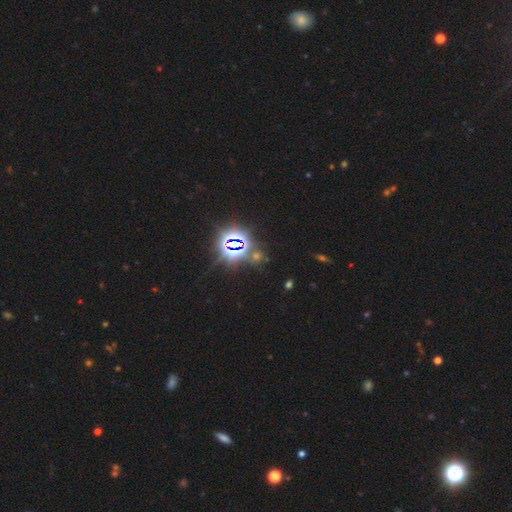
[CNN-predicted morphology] Smooth or featured: star or artifact — 80% (smooth — 13%)